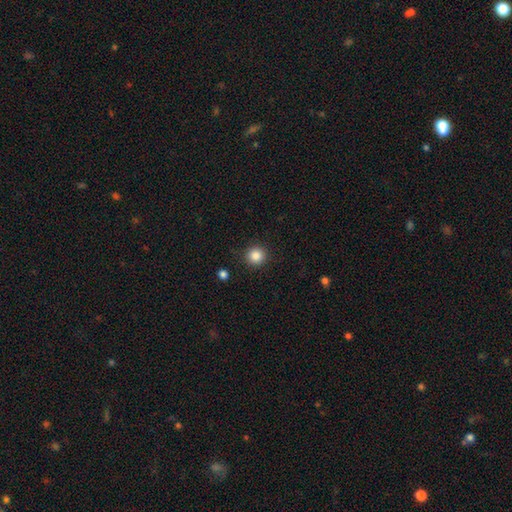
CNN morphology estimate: Smooth or featured: smooth — 86% (star or artifact — 11%)
How rounded: round — 93% (in between — 6%)
Merging: none — 90% (minor disturbance — 6%)